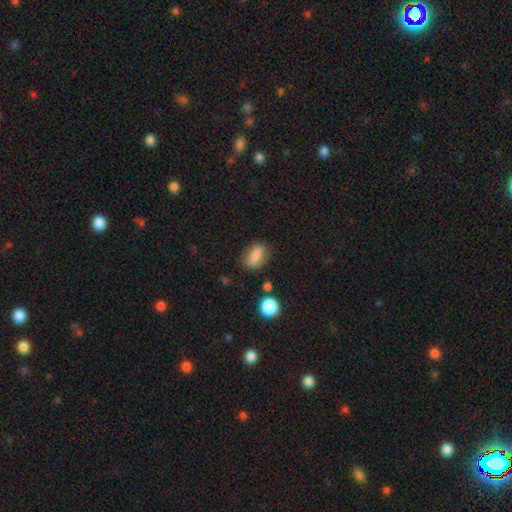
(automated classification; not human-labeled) This is clearly a smooth galaxy (81%). How rounded: likely in between (77%). Merging: likely none (73%).